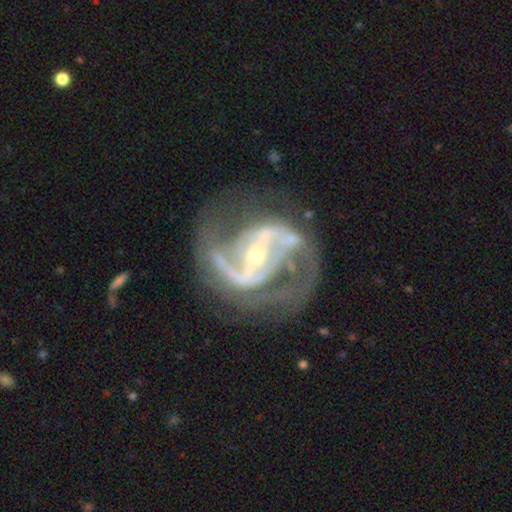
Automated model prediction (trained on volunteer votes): This appears to be a featured or disk galaxy (91%) with a strong bar (58%), 2 (84%) medium (56%) spiral arms (96%) and a small central bulge (64%). Merging: none (62%).